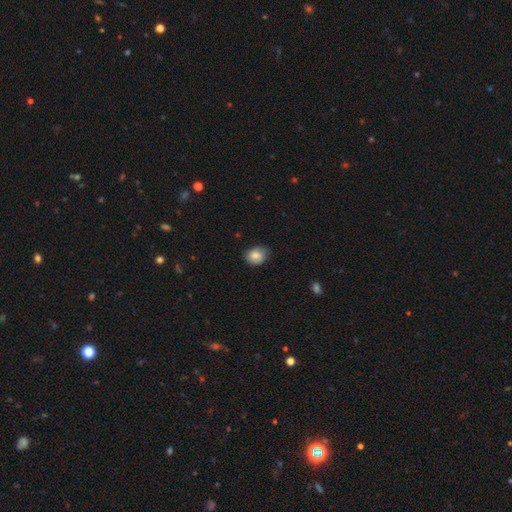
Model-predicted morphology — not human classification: This is likely a smooth galaxy (79%). How rounded: possibly round (50%). Merging: likely none (68%).